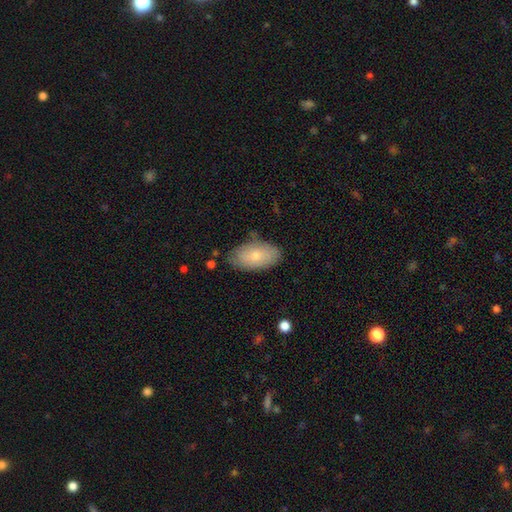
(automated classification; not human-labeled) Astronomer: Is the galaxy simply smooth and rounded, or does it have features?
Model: smooth — 76%.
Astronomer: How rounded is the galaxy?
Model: in between — 94%.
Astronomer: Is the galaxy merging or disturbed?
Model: none — 76%.